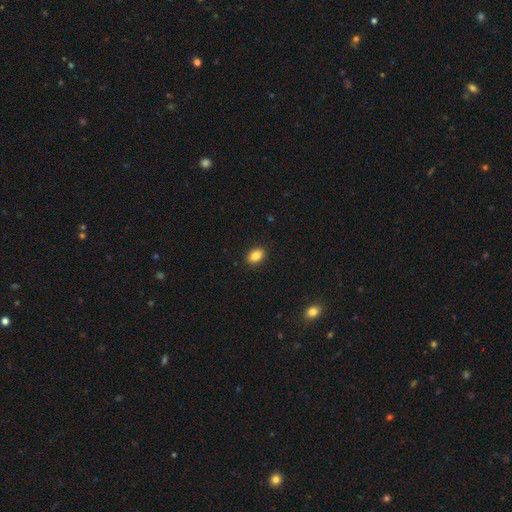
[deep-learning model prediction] Smooth or featured? smooth (86%)
How rounded? in between (80%)
Merging? none (91%)